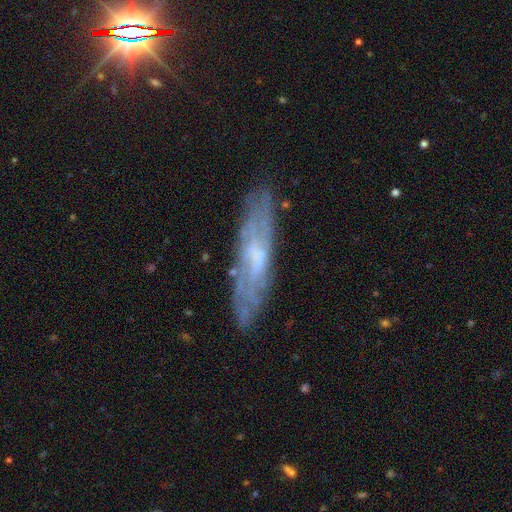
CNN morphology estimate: Smooth or featured: featured or disk — 62% (smooth — 29%)
Edge-on disk: no — 52% (yes — 48%)
Merging: none — 79% (minor disturbance — 15%)